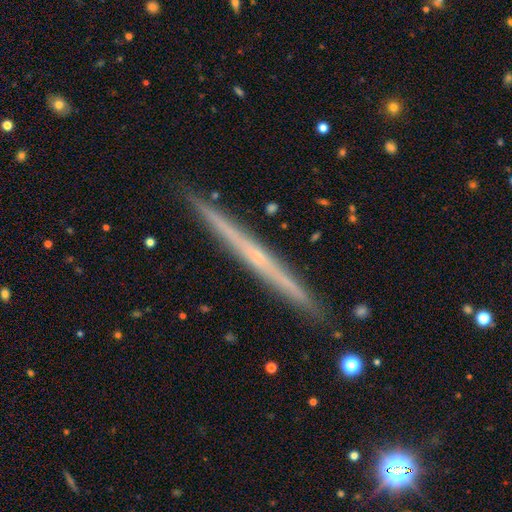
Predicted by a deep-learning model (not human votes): Q: Smooth or featured?
A: featured or disk (69%); runner-up: smooth (23%)
Q: Edge-on disk?
A: yes (98%); runner-up: no (2%)
Q: Edge-on bulge?
A: none (77%); runner-up: rounded (20%)
Q: Merging?
A: none (91%); runner-up: minor disturbance (6%)